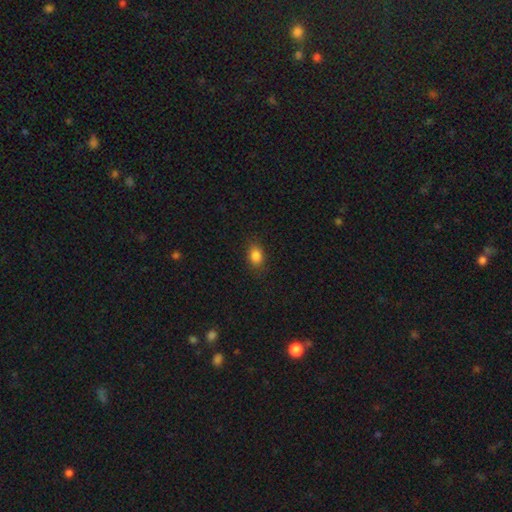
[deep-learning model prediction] smooth_or_featured: smooth (p=0.85) [alt: star or artifact p=0.11]
how_rounded: in between (p=0.67) [alt: round p=0.31]
merging: none (p=0.85) [alt: minor disturbance p=0.11]